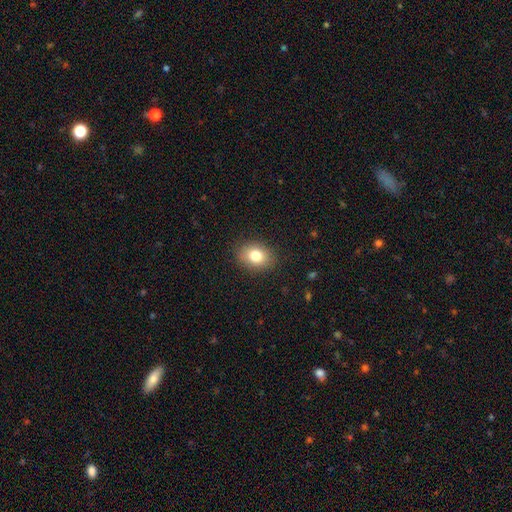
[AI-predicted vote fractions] A smooth galaxy with no disk features (81%) that is in between round and cigar-shaped (63%). Merging: none (87%).